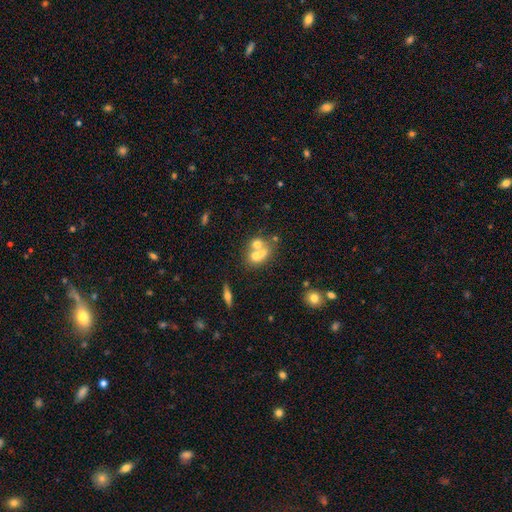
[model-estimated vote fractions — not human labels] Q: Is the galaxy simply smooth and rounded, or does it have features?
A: smooth — 53%.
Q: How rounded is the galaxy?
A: round — 54%.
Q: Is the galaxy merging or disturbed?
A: merger — 59%.